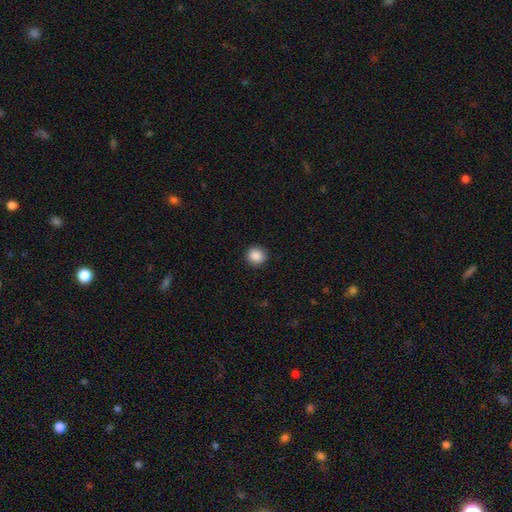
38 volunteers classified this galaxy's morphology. A smooth galaxy with no disk features (92%) that is round (89%). Merging: none (89%).